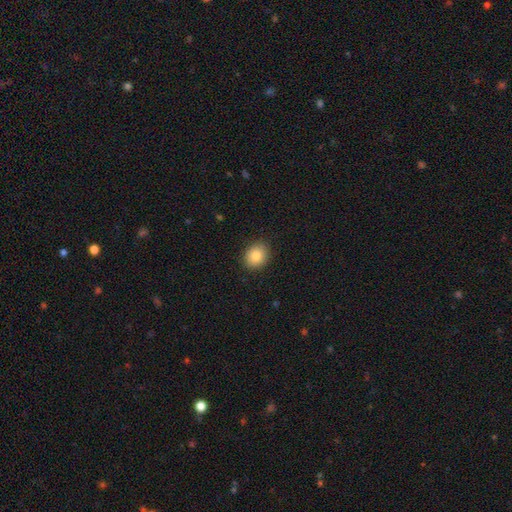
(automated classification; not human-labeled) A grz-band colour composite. It shows a smooth galaxy with no disk features (85%) that is round (65%). Merging: none (88%).